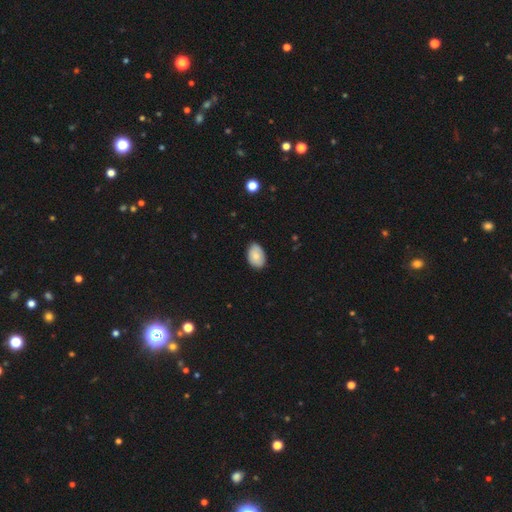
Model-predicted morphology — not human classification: This is clearly a smooth galaxy (80%). How rounded: clearly in between (88%). Merging: clearly none (83%).